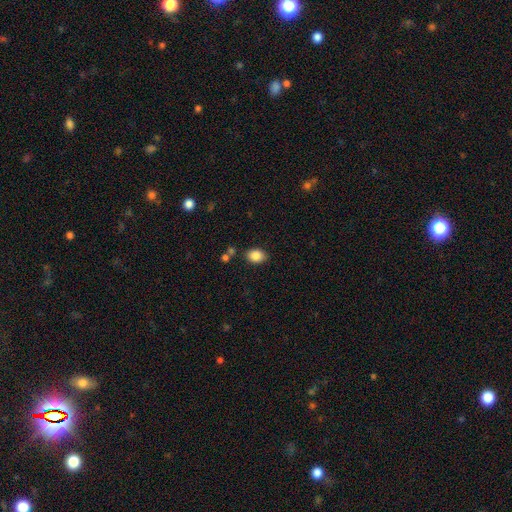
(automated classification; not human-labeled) This appears to be a smooth galaxy with no disk features (86%) that is in between round and cigar-shaped (70%). Merging: none (81%).